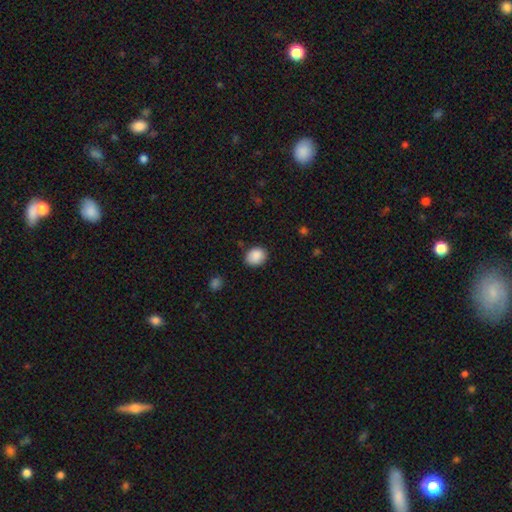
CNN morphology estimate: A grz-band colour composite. It shows a smooth galaxy with no disk features (89%) that is round (54%). Merging: none (82%).